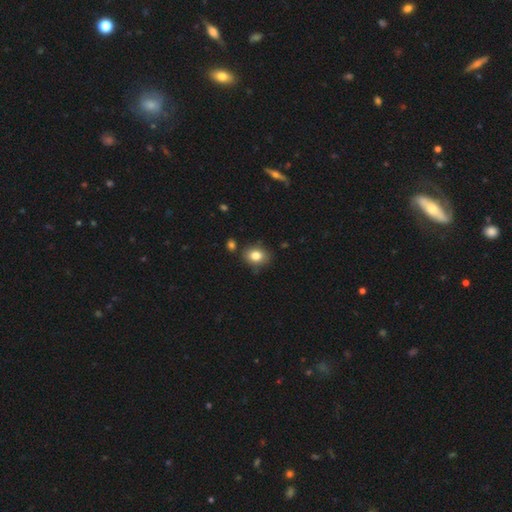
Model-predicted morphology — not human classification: Smooth or featured?
  - smooth: 82% *
  - star or artifact: 10%
  - featured or disk: 8%
How rounded?
  - in between: 58% *
  - round: 41%
  - cigar-shaped: 1%
Merging?
  - none: 81% *
  - minor disturbance: 12%
  - merger: 4%
  - major disturbance: 3%